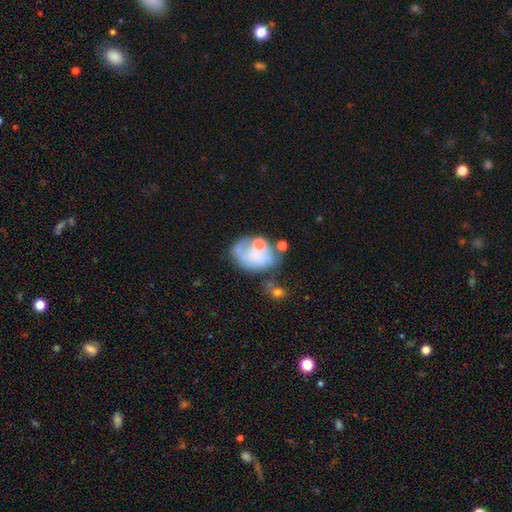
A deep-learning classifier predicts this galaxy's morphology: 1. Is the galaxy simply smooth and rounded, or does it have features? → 55% featured or disk, 35% smooth, 10% star or artifact.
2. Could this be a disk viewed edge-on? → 98% no, 2% yes.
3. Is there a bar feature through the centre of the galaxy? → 80% no, 16% weak, 4% strong.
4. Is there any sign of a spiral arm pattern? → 51% no, 49% yes.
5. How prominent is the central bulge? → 33% none, 32% small, 26% moderate, 6% large, 2% dominant.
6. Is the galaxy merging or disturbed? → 34% none, 26% major disturbance, 23% minor disturbance, 17% merger.